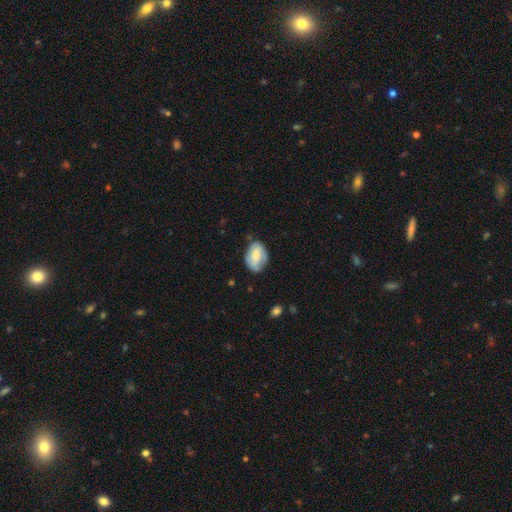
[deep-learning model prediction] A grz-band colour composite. It shows a smooth galaxy with no disk features (60%) that is in between round and cigar-shaped (82%). Merging: none (55%).